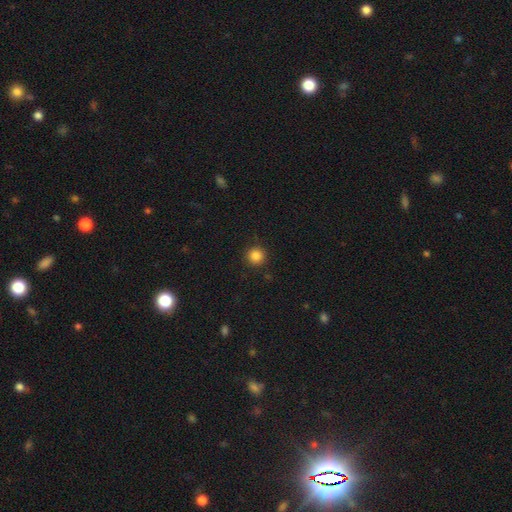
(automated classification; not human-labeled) This is clearly a smooth galaxy (85%). How rounded: clearly round (95%). Merging: clearly none (90%).